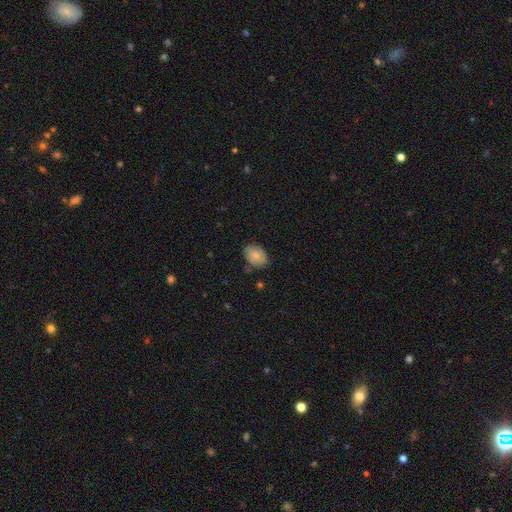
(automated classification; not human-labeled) Q: Smooth or featured?
A: smooth (80%); runner-up: featured or disk (13%)
Q: How rounded?
A: in between (78%); runner-up: round (21%)
Q: Merging?
A: none (74%); runner-up: minor disturbance (20%)